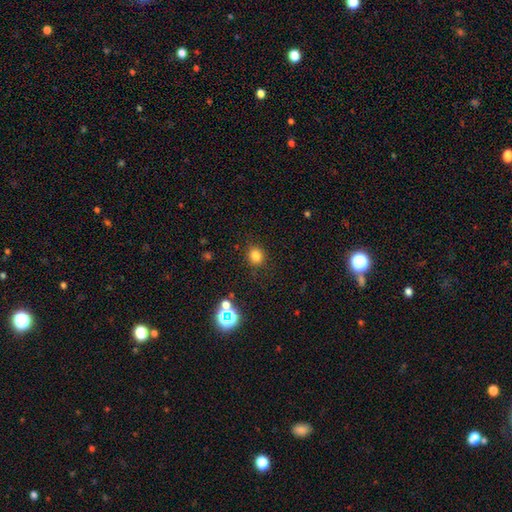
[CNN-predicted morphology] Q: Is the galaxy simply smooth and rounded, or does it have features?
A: smooth — 79%.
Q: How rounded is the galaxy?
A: round — 74%.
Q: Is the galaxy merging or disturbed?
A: none — 86%.